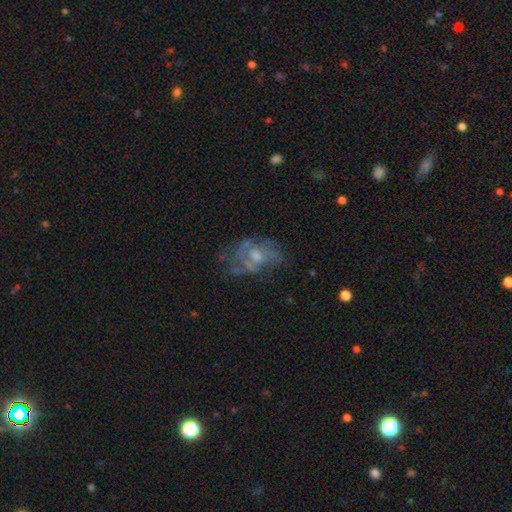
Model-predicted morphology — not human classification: Overall: featured or disk (67%). Edge-on disk: no (96%). Bar: no (76%). Spiral arms: yes (57%; no 43%). Bulge size: moderate (51%; small 36%). Merging: none (50%; major disturbance 25%).